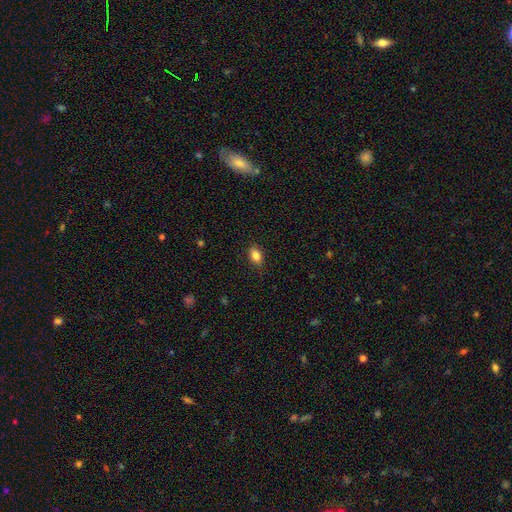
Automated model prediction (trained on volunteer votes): Smooth or featured? smooth (83%)
How rounded? in between (84%)
Merging? none (85%)